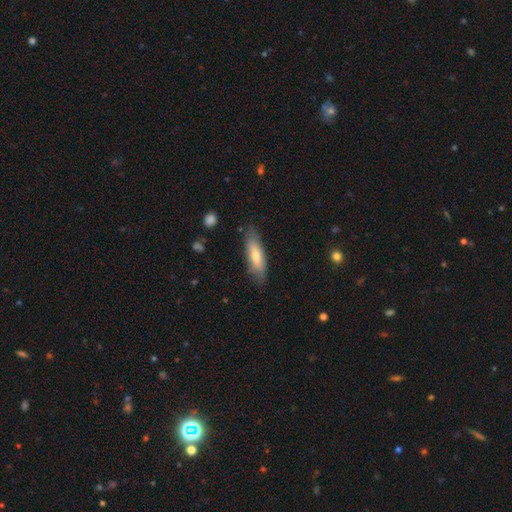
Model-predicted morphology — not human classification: Smooth or featured?
  - smooth: 63% *
  - featured or disk: 31%
  - star or artifact: 6%
How rounded?
  - cigar-shaped: 56% *
  - in between: 42%
  - round: 2%
Merging?
  - none: 81% *
  - minor disturbance: 14%
  - major disturbance: 3%
  - merger: 1%